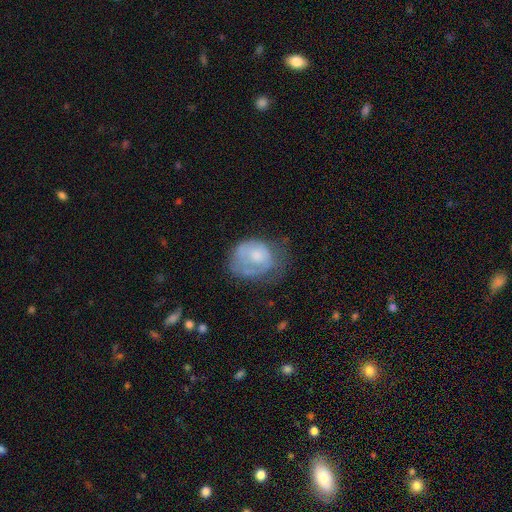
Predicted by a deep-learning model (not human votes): A smooth galaxy with no disk features (51%) that is round (52%).

Vote fractions:
- Smooth or featured? smooth: 51% / featured or disk: 41% / star or artifact: 8%
- How rounded? round: 52% / in between: 47% / cigar-shaped: 1%
- Merging? none: 38% / minor disturbance: 30% / major disturbance: 29% / merger: 2%